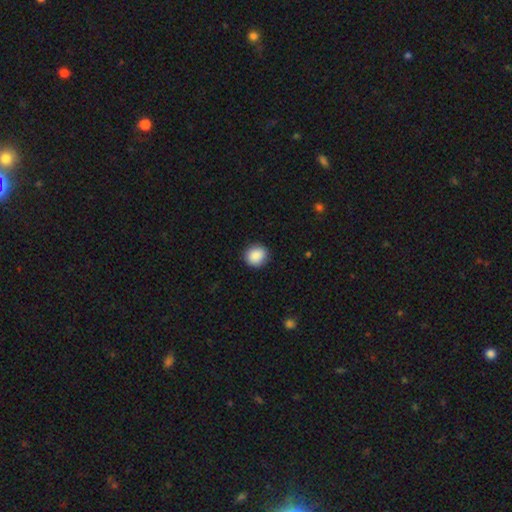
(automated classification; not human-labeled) A smooth galaxy with no disk features (89%) that is round (78%). Merging: none (88%).